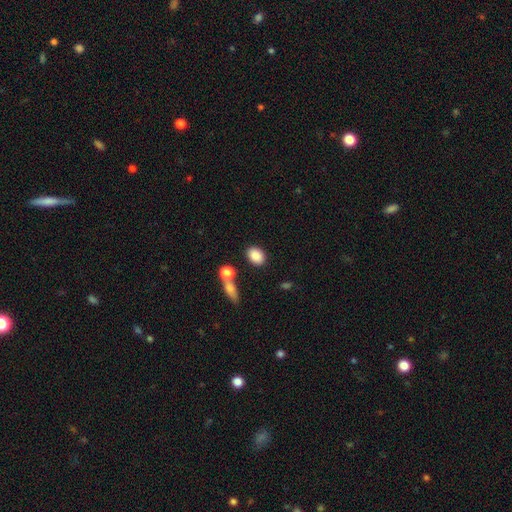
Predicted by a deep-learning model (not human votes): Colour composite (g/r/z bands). It shows a smooth galaxy with no disk features (86%) that is in between round and cigar-shaped (75%). Merging: none (79%).